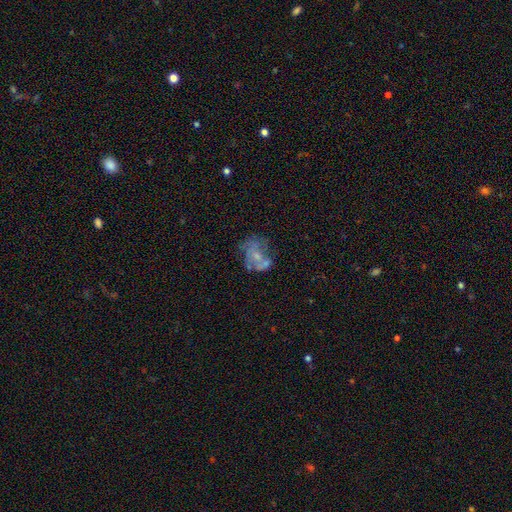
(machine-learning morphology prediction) Overall: featured or disk (59%; smooth 30%). Edge-on disk: no (98%). Bar: no (79%). Spiral arms: no (61%; yes 39%). Bulge size: small (41%; moderate 34%). Merging: none (35%; major disturbance 23%).